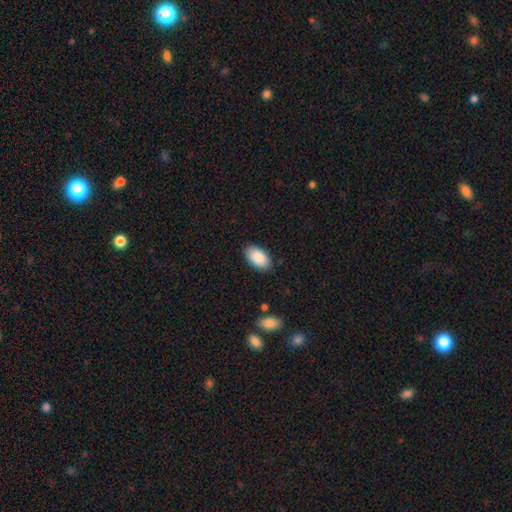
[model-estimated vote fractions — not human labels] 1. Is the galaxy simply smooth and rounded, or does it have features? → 89% smooth, 6% star or artifact, 5% featured or disk.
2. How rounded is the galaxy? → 95% in between, 3% round, 1% cigar-shaped.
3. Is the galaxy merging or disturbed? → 87% none, 10% minor disturbance, 2% major disturbance, 1% merger.